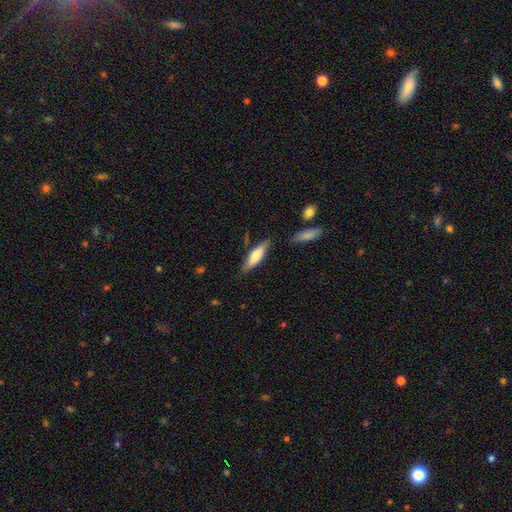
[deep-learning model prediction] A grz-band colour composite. It shows a smooth galaxy with no disk features (65%) that is cigar-shaped (61%). Merging: none (79%).